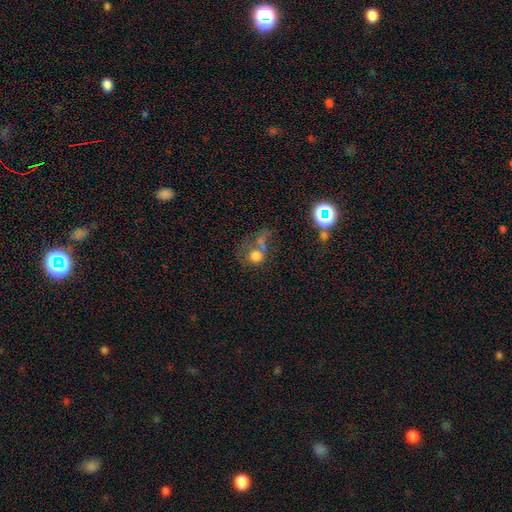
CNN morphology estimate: smooth-or-featured: smooth: 64% | featured or disk: 20% | star or artifact: 16%
  how-rounded: round: 78% | in between: 20% | cigar-shaped: 1%
  merging: merger: 38% | none: 27% | major disturbance: 24% | minor disturbance: 12%